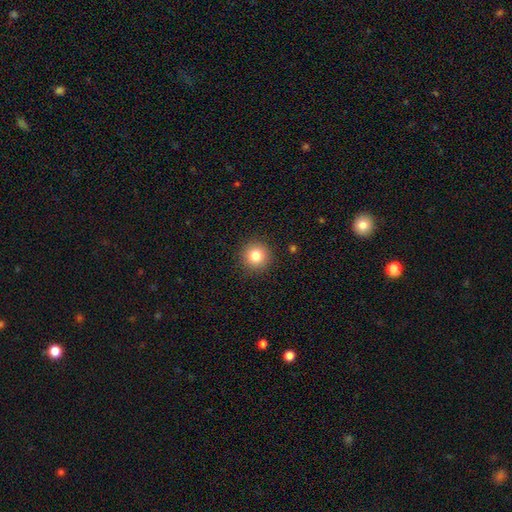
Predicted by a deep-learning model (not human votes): smooth 82%, star or artifact 11%, featured or disk 7%. Down the decision tree: how rounded — round (95%); merging — none (91%).